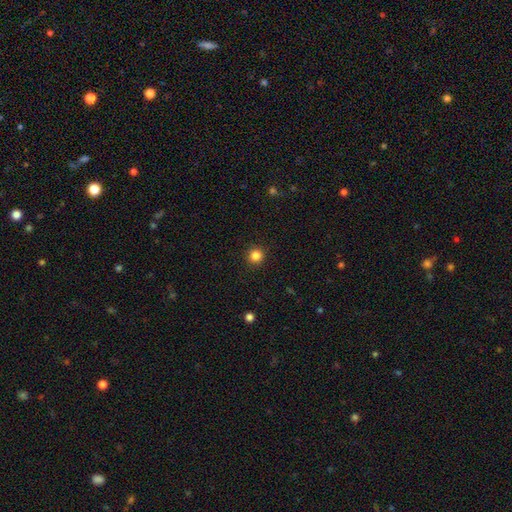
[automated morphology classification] A smooth galaxy with no disk features (84%) that is round (95%).

Vote fractions:
- Smooth or featured? smooth: 84% / star or artifact: 12% / featured or disk: 4%
- How rounded? round: 95% / in between: 5% / cigar-shaped: 1%
- Merging? none: 92% / minor disturbance: 5% / major disturbance: 2% / merger: 1%